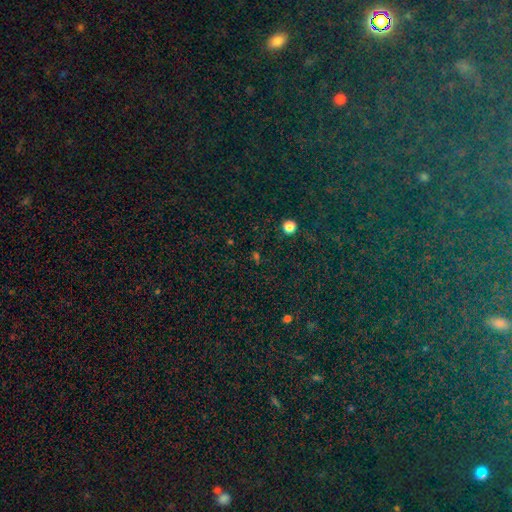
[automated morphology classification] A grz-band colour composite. It shows a star or artifact, not a galaxy (81%).